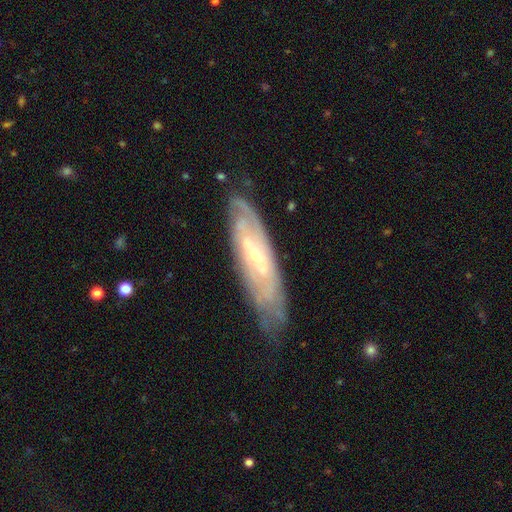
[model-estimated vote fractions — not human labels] smooth-or-featured: featured or disk: 80% | smooth: 14% | star or artifact: 6%
  disk-edge-on: no: 76% | yes: 24%
    bar: no: 48% | weak: 36% | strong: 17%
    has-spiral-arms: yes: 89% | no: 11%
      spiral-winding: tight: 68% | medium: 25% | loose: 7%
      spiral-arm-count: can't tell: 58% | 2: 20% | 3: 8% | 4: 6% | more than 4: 4% | 1: 4%
    bulge-size: small: 73% | moderate: 23% | none: 2% | large: 1% | dominant: 1%
  merging: none: 71% | minor disturbance: 21% | major disturbance: 6% | merger: 2%